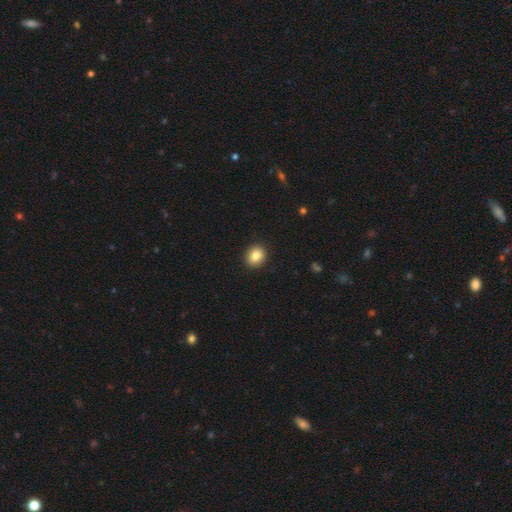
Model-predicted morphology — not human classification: The model was most divided on "how rounded": round: 69%, in between: 30%, cigar-shaped: 1%. More confident: merging — none (91%); smooth or featured — smooth (83%).